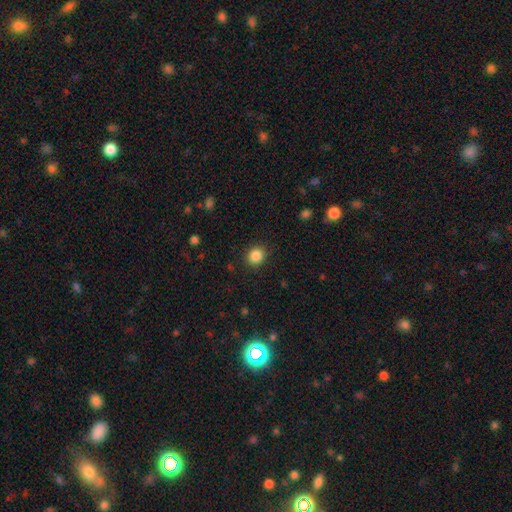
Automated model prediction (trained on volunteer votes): This appears to be a smooth galaxy with no disk features (86%) that is round (79%). Merging: none (89%).